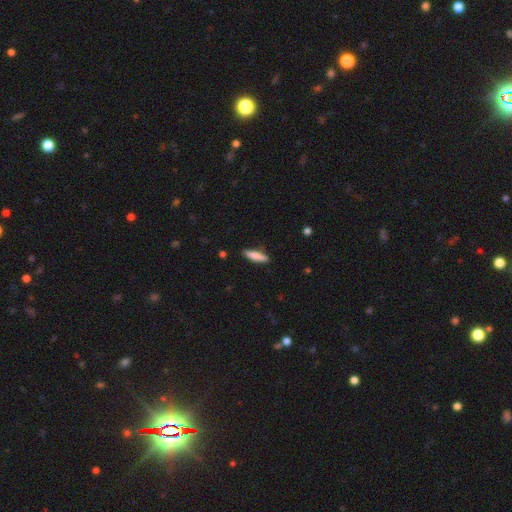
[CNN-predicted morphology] Smooth or featured? smooth (82%)
How rounded? cigar-shaped (71%)
Merging? none (87%)